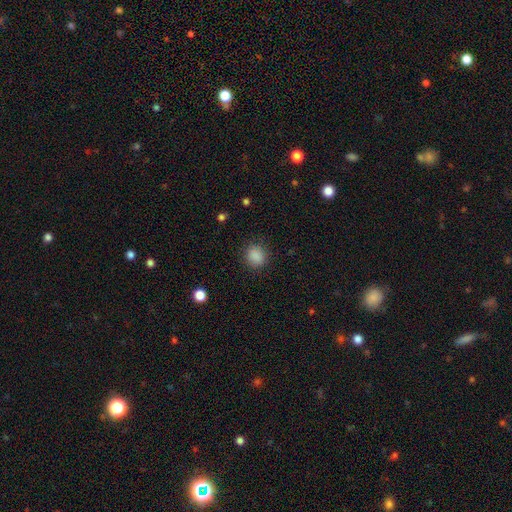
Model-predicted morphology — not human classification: Smooth or featured? Predicted: smooth (p=0.87). How rounded? Predicted: round (p=0.76). Merging? Predicted: none (p=0.86).